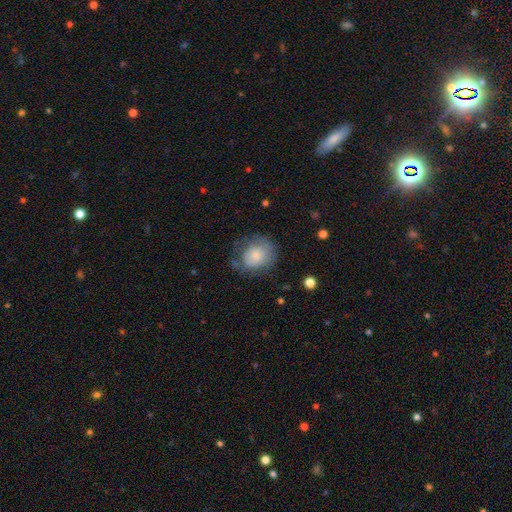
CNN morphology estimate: A smooth galaxy with no disk features (72%) that is round (67%).

Vote fractions:
- Smooth or featured? smooth: 72% / featured or disk: 21% / star or artifact: 7%
- How rounded? round: 67% / in between: 33% / cigar-shaped: 1%
- Merging? none: 55% / minor disturbance: 27% / major disturbance: 17% / merger: 2%